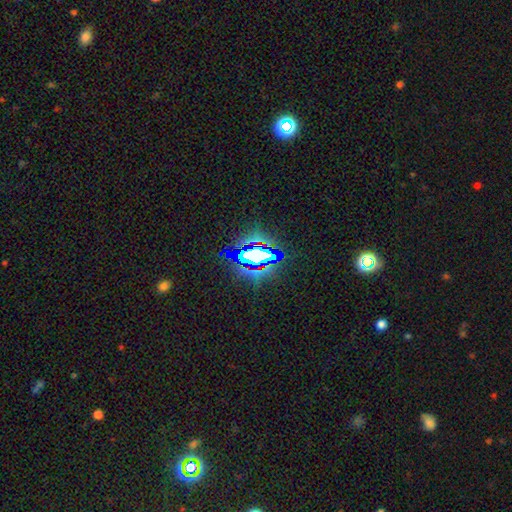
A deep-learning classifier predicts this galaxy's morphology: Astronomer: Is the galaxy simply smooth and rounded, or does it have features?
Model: star or artifact — 64%.